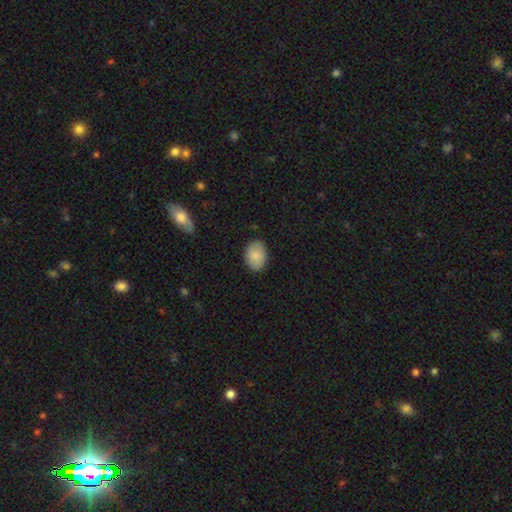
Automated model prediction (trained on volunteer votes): Smooth or featured?
  - smooth: 87% *
  - star or artifact: 7%
  - featured or disk: 6%
How rounded?
  - in between: 79% *
  - round: 20%
  - cigar-shaped: 1%
Merging?
  - none: 86% *
  - minor disturbance: 11%
  - major disturbance: 2%
  - merger: 1%